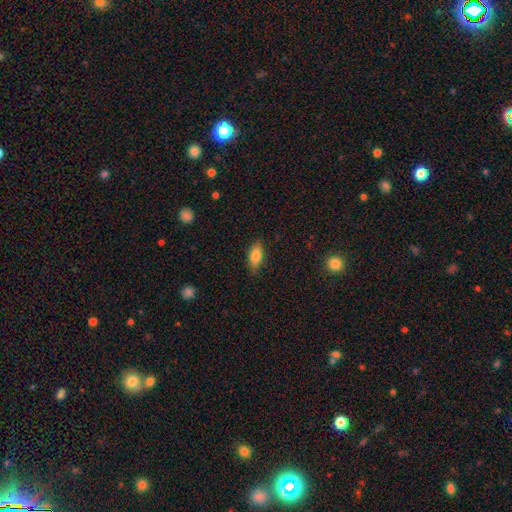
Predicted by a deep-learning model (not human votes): Smooth or featured: smooth — 82% (featured or disk — 11%)
How rounded: in between — 83% (cigar-shaped — 13%)
Merging: none — 84% (minor disturbance — 12%)